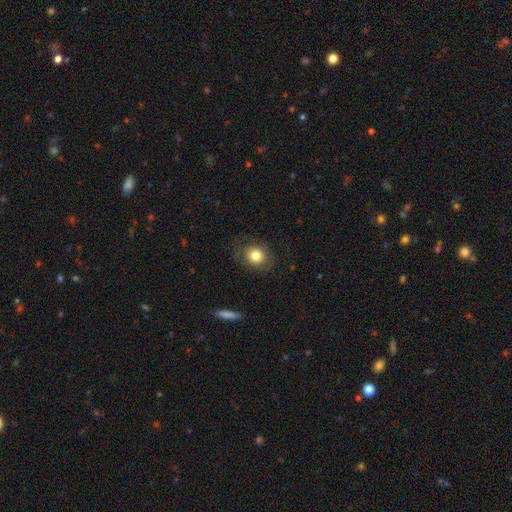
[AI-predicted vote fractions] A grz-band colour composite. It shows a smooth galaxy with no disk features (80%) that is round (73%). Merging: none (76%).